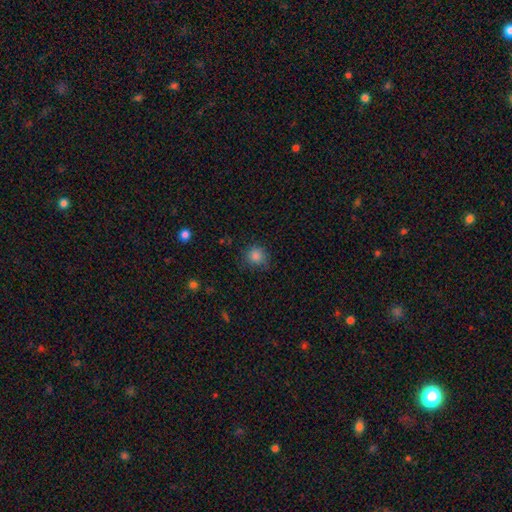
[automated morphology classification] This is clearly a smooth galaxy (84%). How rounded: clearly round (87%). Merging: likely none (76%).